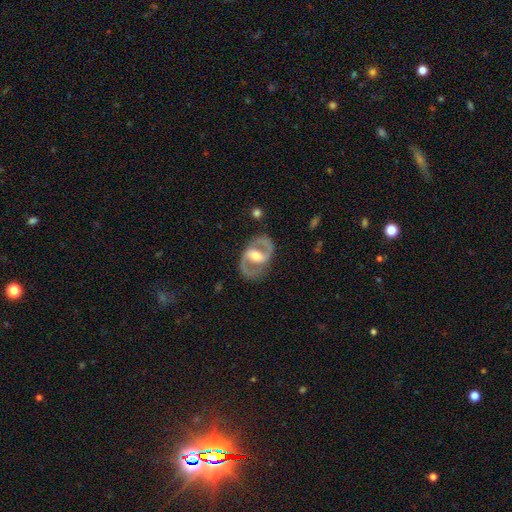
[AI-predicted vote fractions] Q: Smooth or featured?
A: featured or disk (85%); runner-up: smooth (10%)
Q: Edge-on disk?
A: no (96%); runner-up: yes (4%)
Q: Bar?
A: strong (41%); runner-up: weak (39%)
Q: Spiral arms?
A: yes (87%); runner-up: no (13%)
Q: Spiral winding?
A: medium (58%); runner-up: loose (22%)
Q: Spiral arm count?
A: 2 (91%); runner-up: can't tell (4%)
Q: Bulge size?
A: moderate (68%); runner-up: small (19%)
Q: Merging?
A: none (82%); runner-up: minor disturbance (11%)